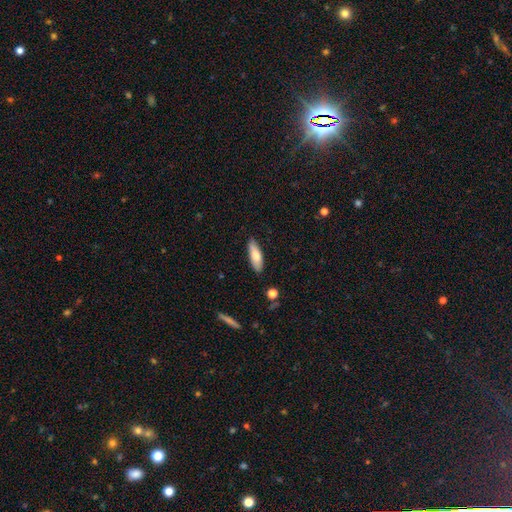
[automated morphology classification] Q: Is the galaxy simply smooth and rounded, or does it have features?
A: smooth — 75%.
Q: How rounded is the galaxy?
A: in between — 52%.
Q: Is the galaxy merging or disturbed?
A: none — 87%.